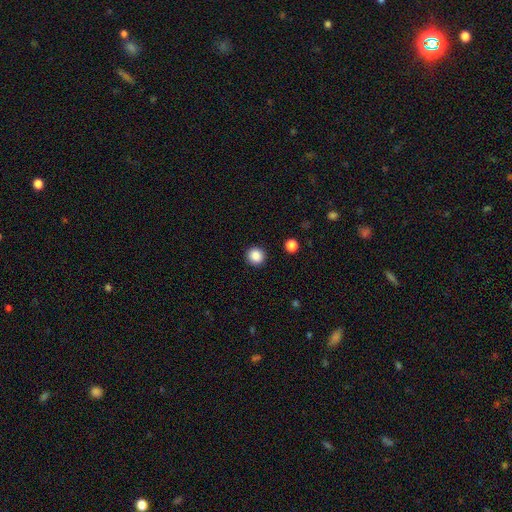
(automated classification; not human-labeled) Overall: smooth (87%). How rounded: round (94%). Merging: none (92%).